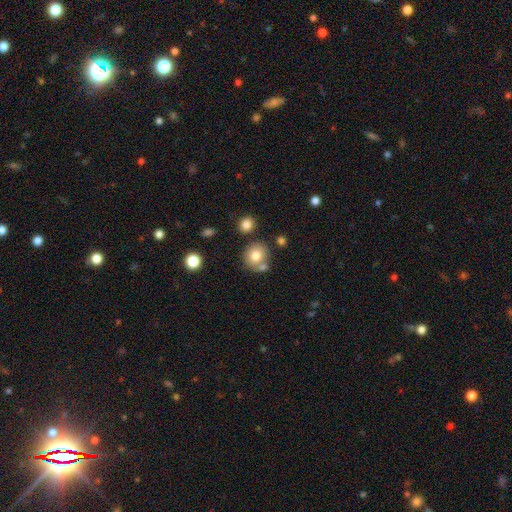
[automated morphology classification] This appears to be a smooth galaxy with no disk features (77%) that is round (84%). Merging: none (63%).